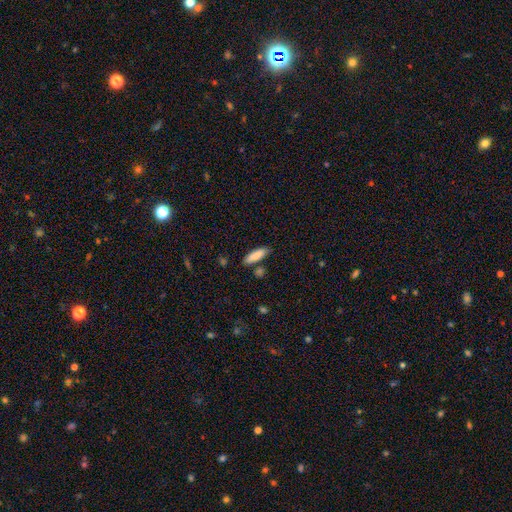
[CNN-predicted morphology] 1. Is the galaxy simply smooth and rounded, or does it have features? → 85% smooth, 9% featured or disk, 6% star or artifact.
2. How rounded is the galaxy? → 54% cigar-shaped, 44% in between, 2% round.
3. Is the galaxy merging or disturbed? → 81% none, 11% minor disturbance, 6% merger, 2% major disturbance.